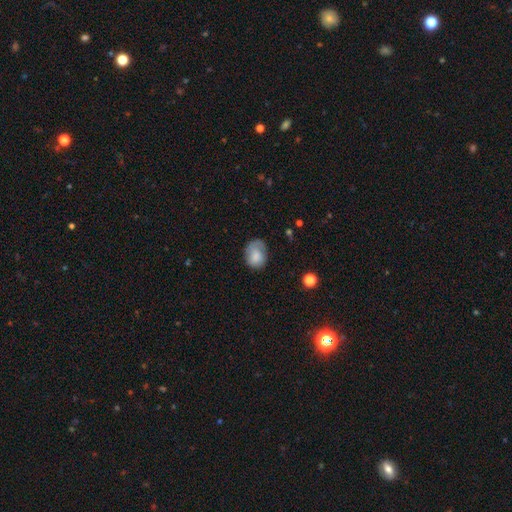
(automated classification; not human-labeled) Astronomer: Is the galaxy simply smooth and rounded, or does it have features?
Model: smooth — 76%.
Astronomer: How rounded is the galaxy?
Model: in between — 59% (runner-up: round, 40%).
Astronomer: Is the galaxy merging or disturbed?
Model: none — 51% (runner-up: minor disturbance, 32%).